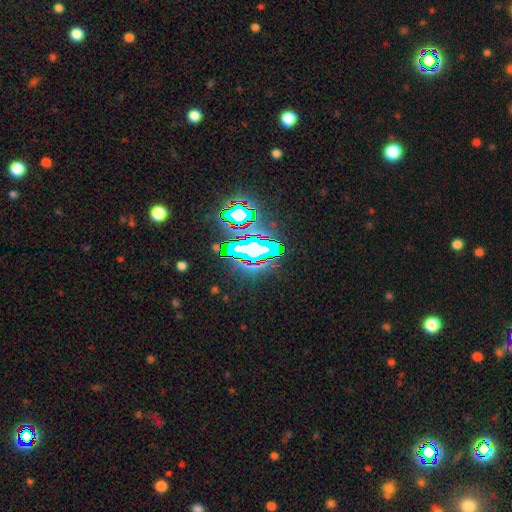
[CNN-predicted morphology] Overall: star or artifact (73%).